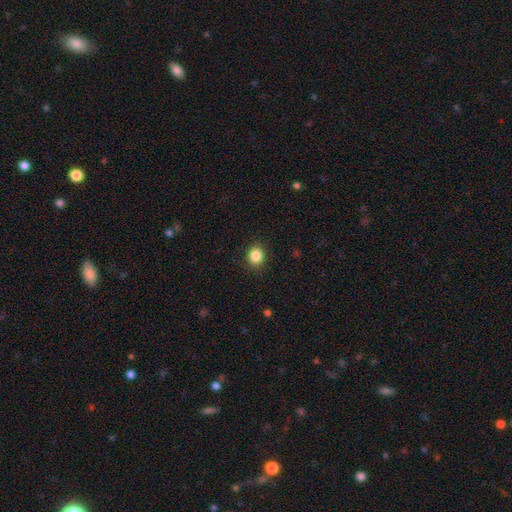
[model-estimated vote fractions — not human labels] Smooth or featured: smooth — 86% (star or artifact — 10%)
How rounded: round — 74% (in between — 25%)
Merging: none — 89% (minor disturbance — 8%)